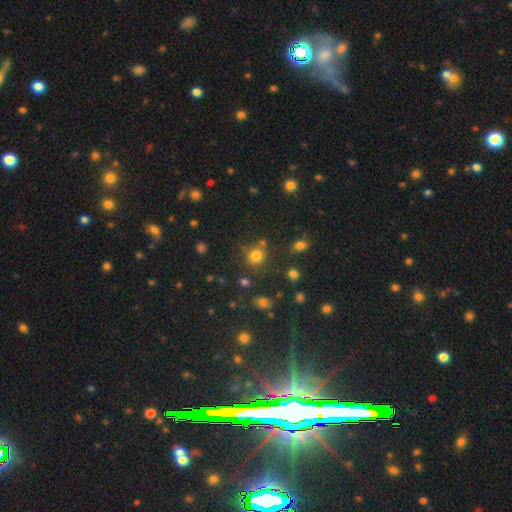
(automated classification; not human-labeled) smooth_or_featured: smooth (p=0.75) [alt: star or artifact p=0.18]
how_rounded: round (p=0.85) [alt: in between p=0.14]
merging: none (p=0.71) [alt: minor disturbance p=0.12]